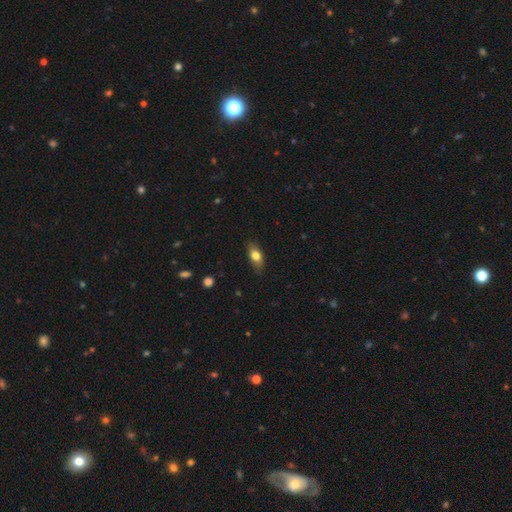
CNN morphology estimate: smooth_or_featured: smooth (p=0.75) [alt: featured or disk p=0.18]
how_rounded: in between (p=0.81) [alt: cigar-shaped p=0.12]
merging: none (p=0.81) [alt: minor disturbance p=0.15]